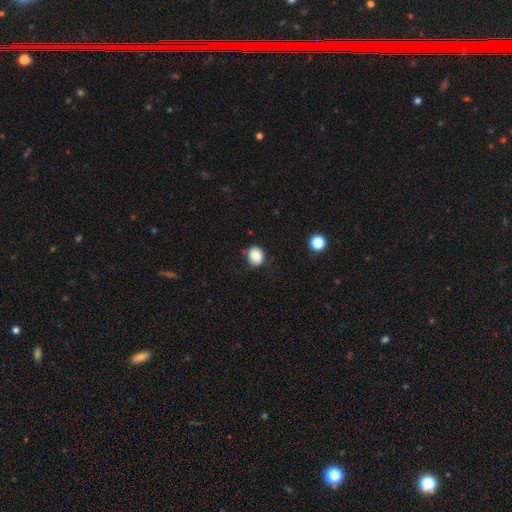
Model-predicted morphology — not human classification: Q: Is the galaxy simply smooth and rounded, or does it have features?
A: smooth — 85%.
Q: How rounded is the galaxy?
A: round — 67%.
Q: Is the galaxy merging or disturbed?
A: none — 77%.